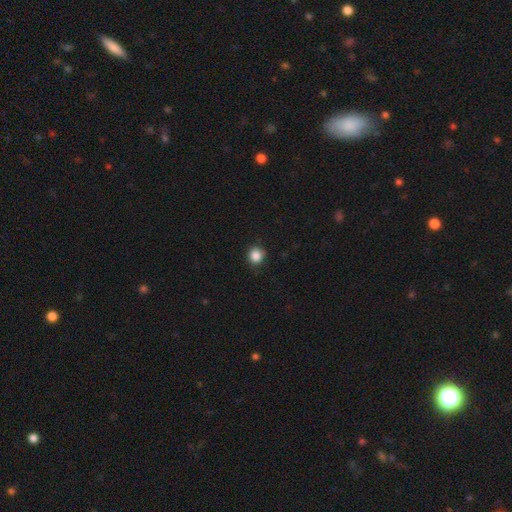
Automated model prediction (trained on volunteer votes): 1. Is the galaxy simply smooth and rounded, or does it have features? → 87% smooth, 10% star or artifact, 3% featured or disk.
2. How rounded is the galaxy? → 91% round, 8% in between, 1% cigar-shaped.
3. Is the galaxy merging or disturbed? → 87% none, 10% minor disturbance, 2% major disturbance, 1% merger.